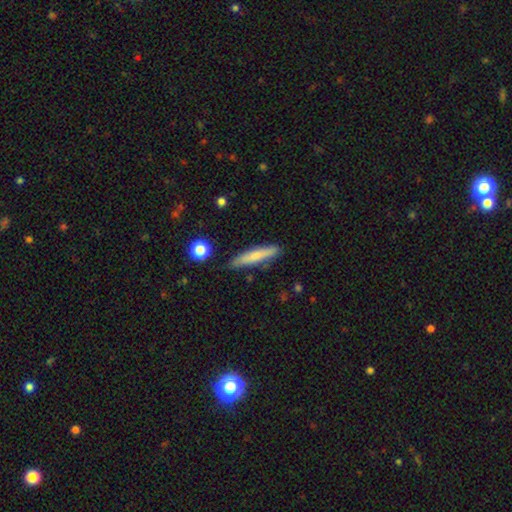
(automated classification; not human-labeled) Q: Smooth or featured?
A: smooth (68%); runner-up: featured or disk (26%)
Q: How rounded?
A: cigar-shaped (90%); runner-up: in between (8%)
Q: Merging?
A: none (84%); runner-up: minor disturbance (12%)